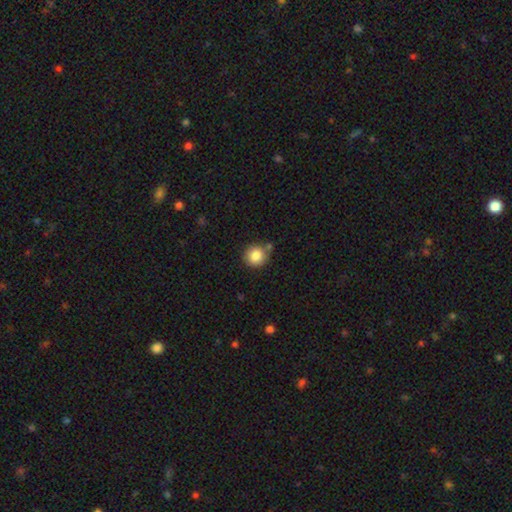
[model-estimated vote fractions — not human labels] smooth_or_featured: smooth (p=0.85) [alt: star or artifact p=0.09]
how_rounded: round (p=0.91) [alt: in between p=0.08]
merging: none (p=0.77) [alt: minor disturbance p=0.11]